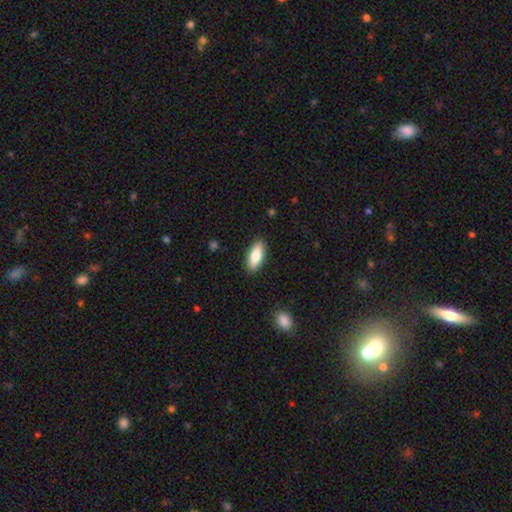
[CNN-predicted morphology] smooth 79%, featured or disk 15%, star or artifact 6%. Down the decision tree: how rounded — in between (79%); merging — none (89%).